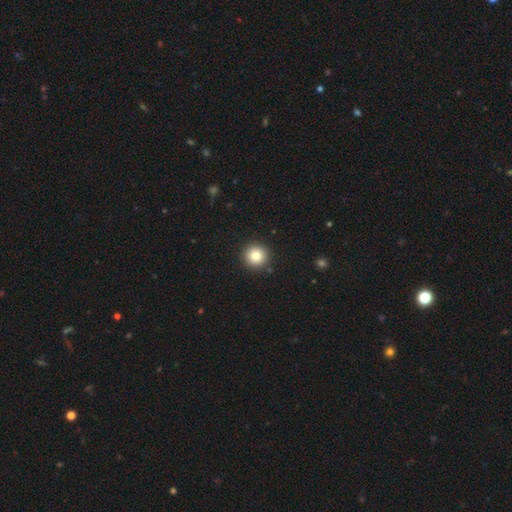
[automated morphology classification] Smooth or featured? smooth (82%)
How rounded? round (96%)
Merging? none (92%)